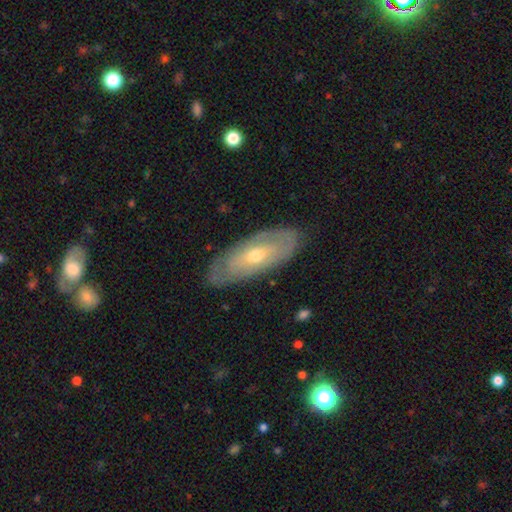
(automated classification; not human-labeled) The model was most divided on "bulge size" (2-way tie): moderate: 48%, small: 48%, large: 2%, none: 1%, dominant: 1%. More confident: edge-on disk — no (81%); merging — none (79%); bar — no (70%); smooth or featured — featured or disk (62%); spiral arms — yes (51%).